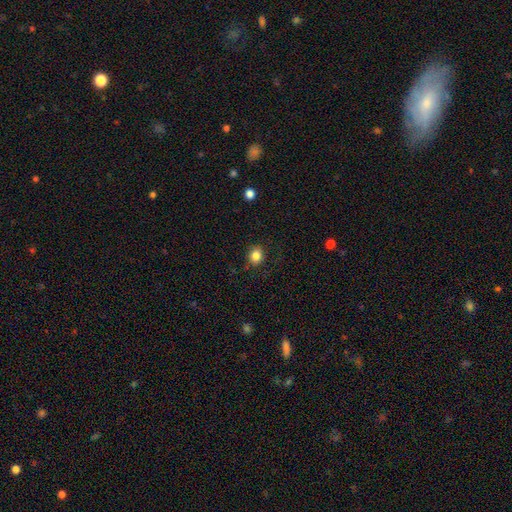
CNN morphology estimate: This appears to be a smooth galaxy with no disk features (84%) that is round (72%). Merging: none (87%).